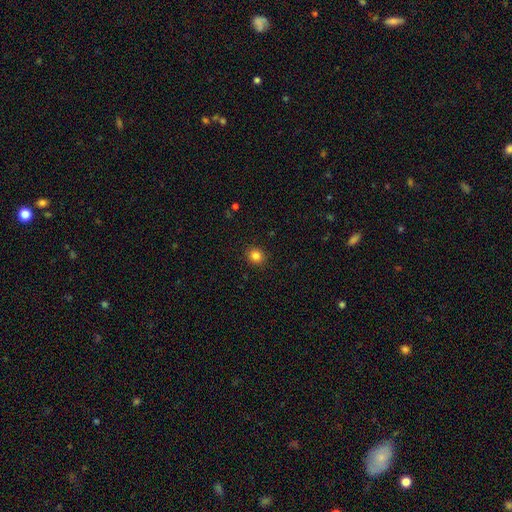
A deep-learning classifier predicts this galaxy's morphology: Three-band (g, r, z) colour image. It shows a smooth galaxy with no disk features (83%) that is round (85%). Merging: none (92%).